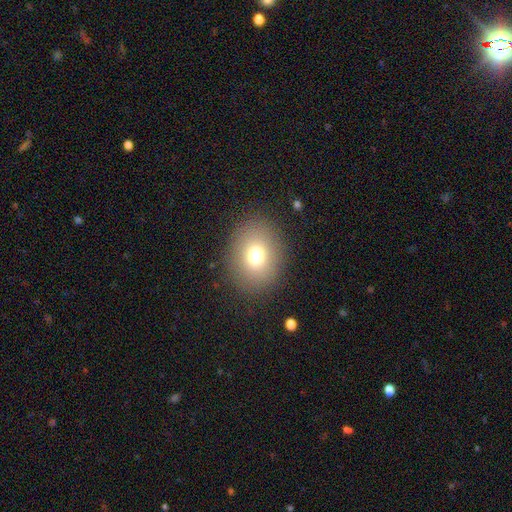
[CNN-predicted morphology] Q: Smooth or featured?
A: smooth (73%); runner-up: star or artifact (15%)
Q: How rounded?
A: round (59%); runner-up: in between (40%)
Q: Merging?
A: none (87%); runner-up: minor disturbance (8%)